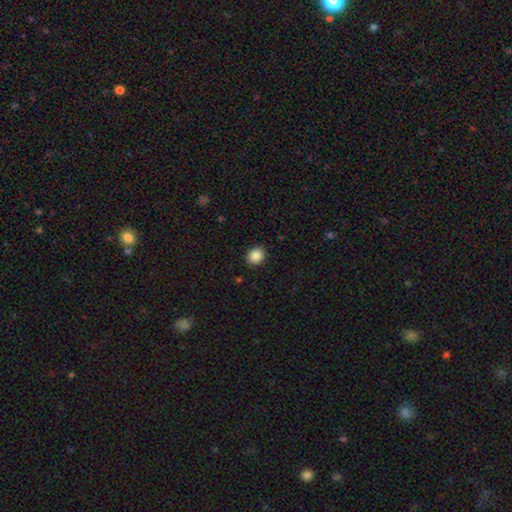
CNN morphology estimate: Q: Smooth or featured?
A: smooth (88%); runner-up: star or artifact (9%)
Q: How rounded?
A: round (72%); runner-up: in between (27%)
Q: Merging?
A: none (90%); runner-up: minor disturbance (7%)